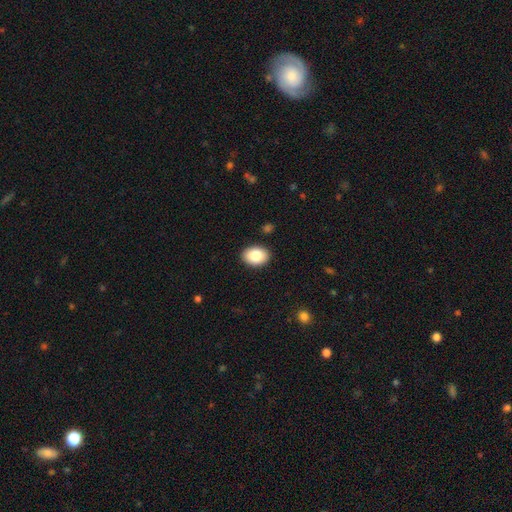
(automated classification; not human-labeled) Smooth or featured: smooth — 85% (featured or disk — 8%)
How rounded: in between — 77% (round — 22%)
Merging: none — 90% (minor disturbance — 7%)